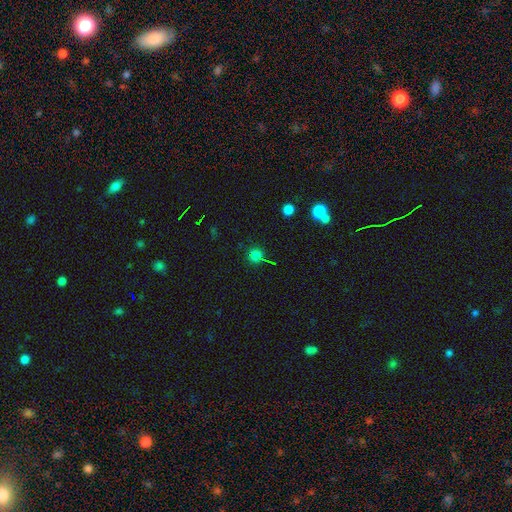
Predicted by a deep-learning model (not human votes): smooth_or_featured: smooth (p=0.66) [alt: star or artifact p=0.27]
how_rounded: round (p=0.89) [alt: in between p=0.09]
merging: none (p=0.75) [alt: minor disturbance p=0.13]